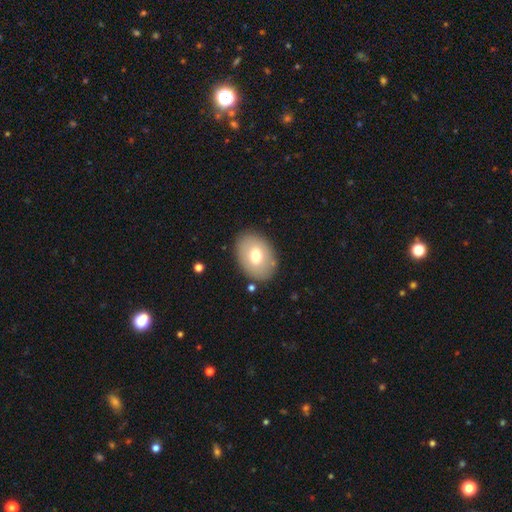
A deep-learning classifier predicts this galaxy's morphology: Smooth or featured?
  - smooth: 70% *
  - featured or disk: 23%
  - star or artifact: 8%
How rounded?
  - in between: 77% *
  - round: 22%
  - cigar-shaped: 1%
Merging?
  - none: 84% *
  - minor disturbance: 10%
  - major disturbance: 3%
  - merger: 2%